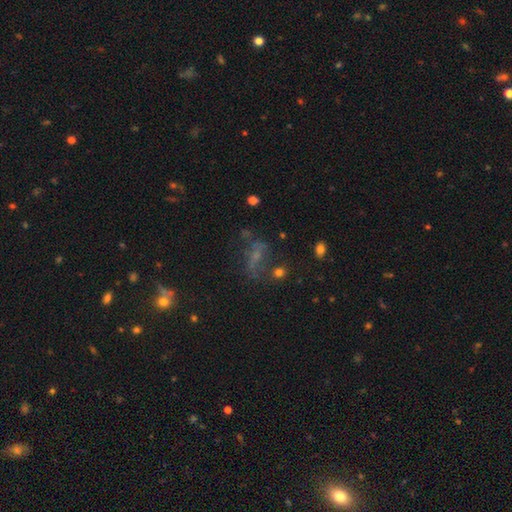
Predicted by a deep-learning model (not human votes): Smooth or featured? smooth (34%, tied with featured or disk)
Merging? none (45%)